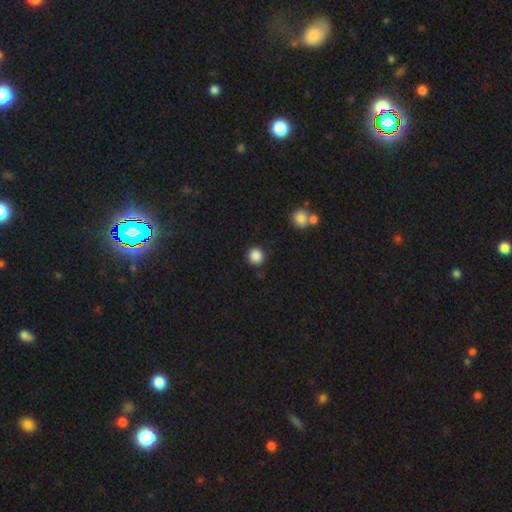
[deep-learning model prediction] The model was most divided on "smooth or featured": smooth: 87%, star or artifact: 10%, featured or disk: 3%. More confident: how rounded — round (95%); merging — none (90%).